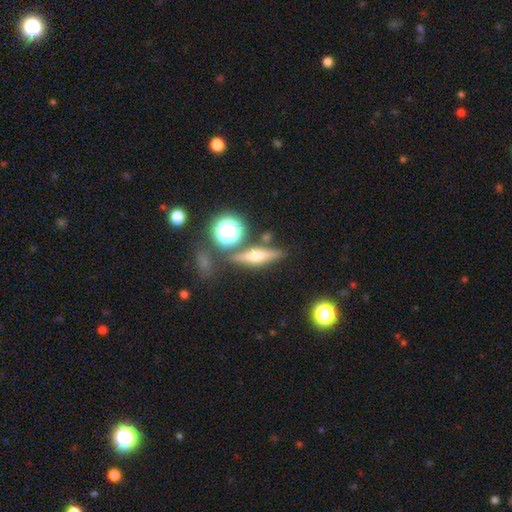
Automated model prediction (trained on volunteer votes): smooth_or_featured: featured or disk (p=0.55) [alt: smooth p=0.31]
disk_edge_on: yes (p=0.91) [alt: no p=0.09]
merging: none (p=0.81) [alt: minor disturbance p=0.09]